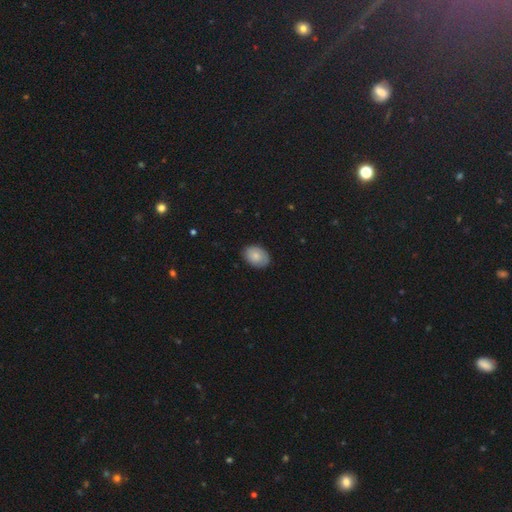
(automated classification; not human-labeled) Overall: smooth (82%). How rounded: in between (78%). Merging: none (85%).